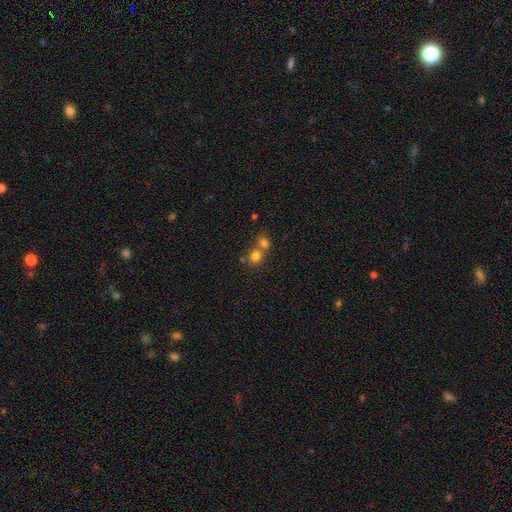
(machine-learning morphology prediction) Smooth or featured: smooth — 78% (star or artifact — 14%)
How rounded: round — 80% (in between — 19%)
Merging: merger — 47% (none — 44%)